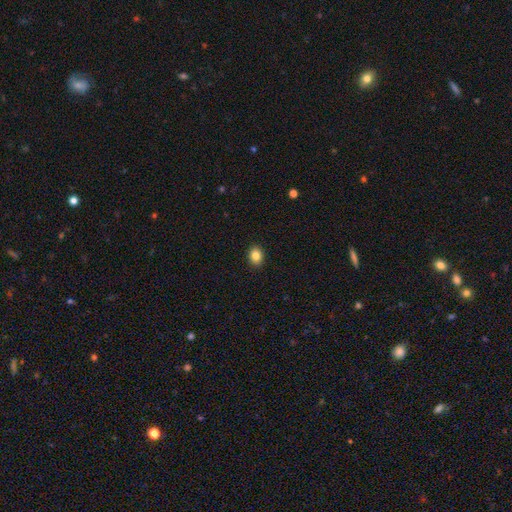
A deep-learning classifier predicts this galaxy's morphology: smooth_or_featured: smooth (p=0.85) [alt: star or artifact p=0.10]
how_rounded: in between (p=0.50) [alt: round p=0.49]
merging: none (p=0.91) [alt: minor disturbance p=0.06]